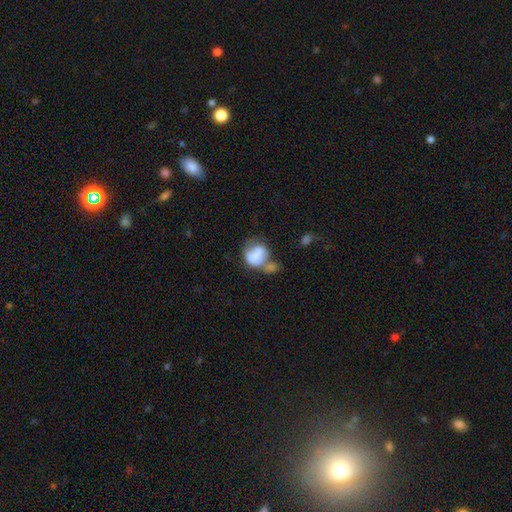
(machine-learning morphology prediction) Q: Smooth or featured?
A: smooth (54%); runner-up: featured or disk (37%)
Q: How rounded?
A: in between (51%); runner-up: round (48%)
Q: Merging?
A: merger (39%); runner-up: none (22%)